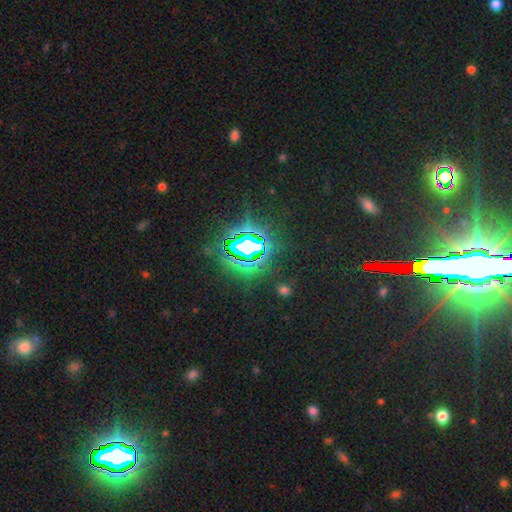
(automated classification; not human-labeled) A star or artifact, not a galaxy (83%).